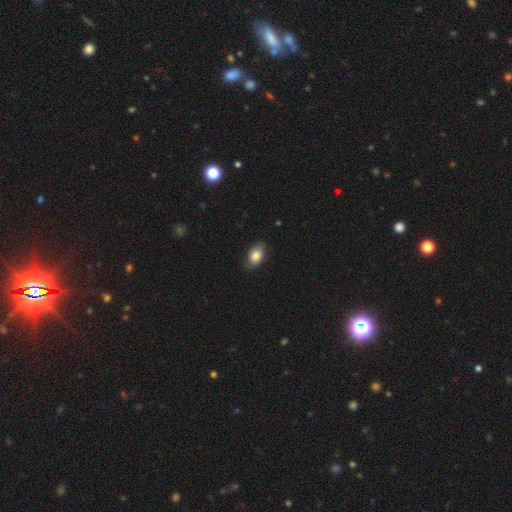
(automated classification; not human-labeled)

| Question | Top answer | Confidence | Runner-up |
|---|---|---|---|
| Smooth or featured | smooth | 84% | featured or disk (9%) |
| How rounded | in between | 87% | round (11%) |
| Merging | none | 82% | minor disturbance (15%) |